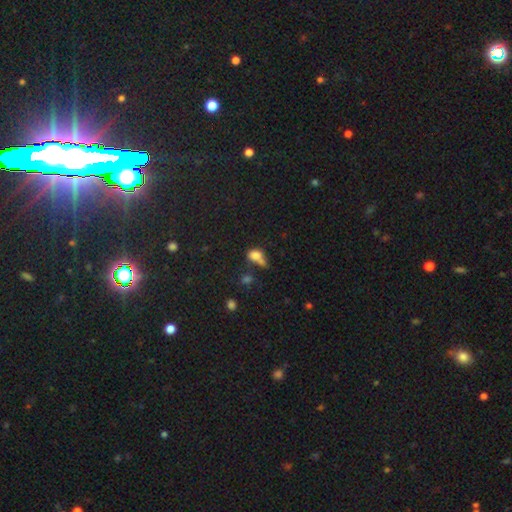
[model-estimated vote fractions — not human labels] This appears to be a smooth galaxy with no disk features (75%) that is in between round and cigar-shaped (66%). Merging: merger (39%).